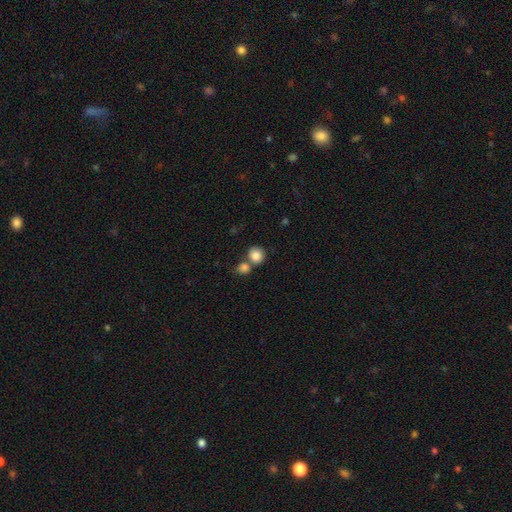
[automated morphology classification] smooth 86%, star or artifact 8%, featured or disk 6%. Down the decision tree: how rounded — round (85%); merging — none (52%).